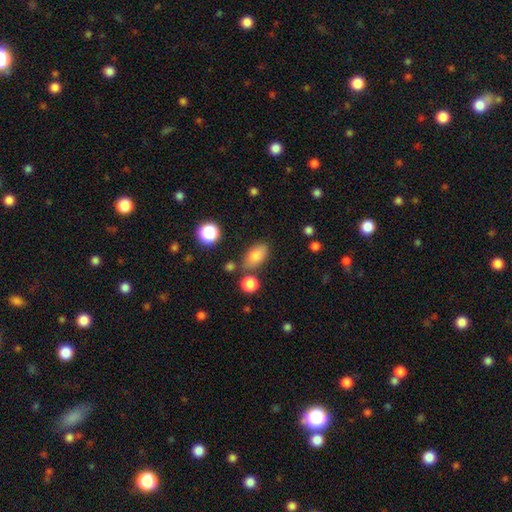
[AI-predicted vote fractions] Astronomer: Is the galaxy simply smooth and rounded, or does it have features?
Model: smooth — 80%.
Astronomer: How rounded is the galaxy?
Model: in between — 87%.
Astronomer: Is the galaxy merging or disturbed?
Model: none — 73%.